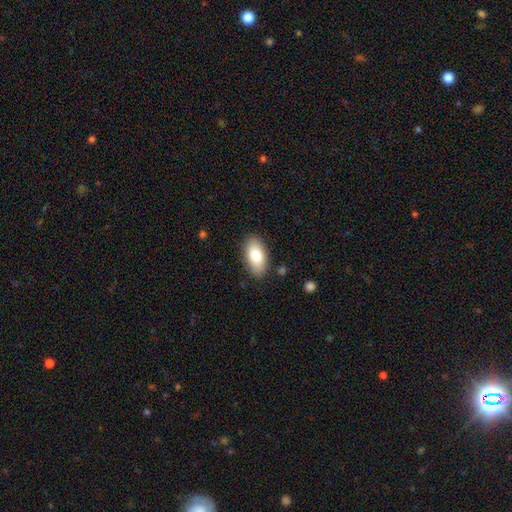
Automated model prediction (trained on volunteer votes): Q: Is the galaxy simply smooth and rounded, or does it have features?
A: smooth — 78%.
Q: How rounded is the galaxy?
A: in between — 93%.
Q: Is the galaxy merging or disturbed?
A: none — 86%.